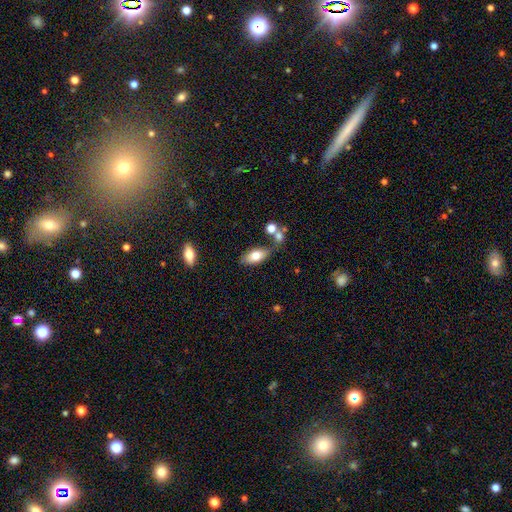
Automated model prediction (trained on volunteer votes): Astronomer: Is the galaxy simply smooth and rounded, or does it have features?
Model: smooth — 74%.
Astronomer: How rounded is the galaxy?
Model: in between — 89%.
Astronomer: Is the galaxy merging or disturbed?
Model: none — 61%.